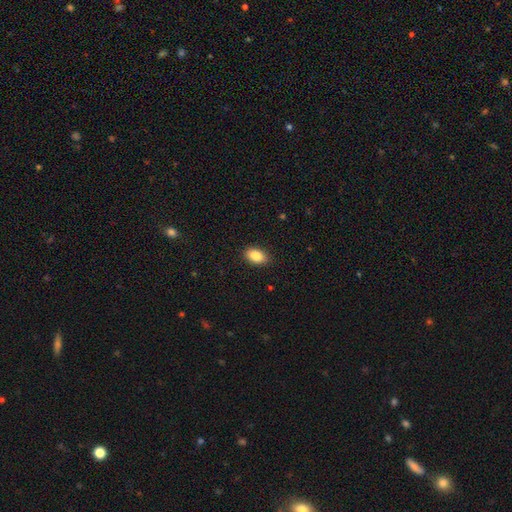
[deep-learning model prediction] smooth-or-featured: smooth: 87% | star or artifact: 8% | featured or disk: 5%
  how-rounded: in between: 90% | round: 8% | cigar-shaped: 2%
  merging: none: 88% | minor disturbance: 9% | major disturbance: 2% | merger: 1%